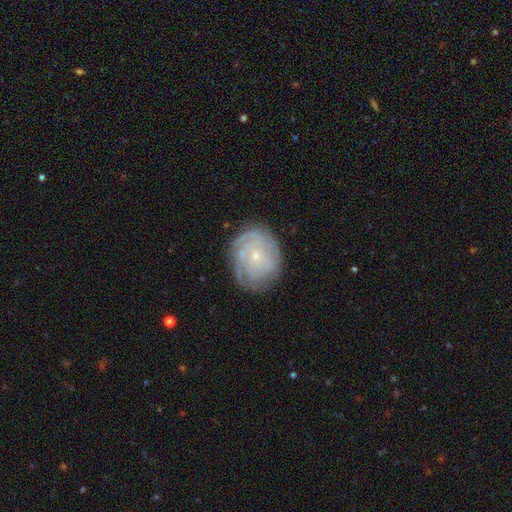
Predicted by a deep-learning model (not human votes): Morphology: type=featured or disk (77%); edge-on=no (97%); bar=no (80%); spiral arms=yes (95%); winding=tight (75%); arm count=can't tell (33%); bulge=small (79%); merging=none (77%).